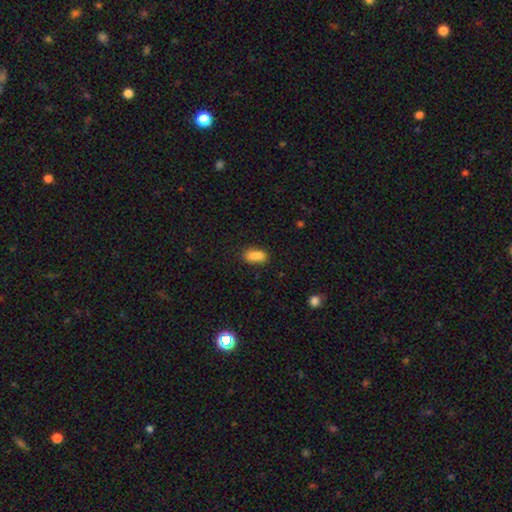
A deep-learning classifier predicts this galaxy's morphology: Smooth or featured? smooth (77%)
How rounded? in between (77%)
Merging? merger (46%)